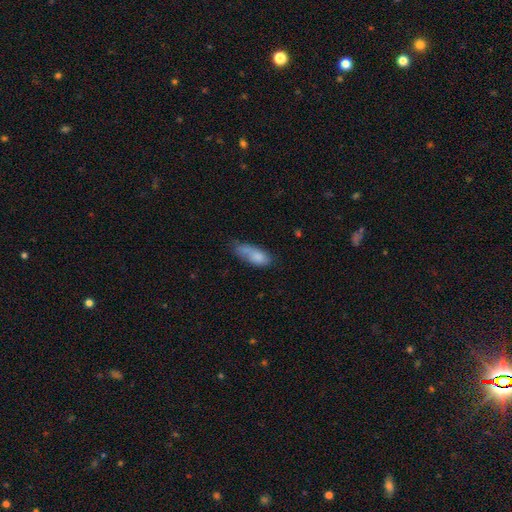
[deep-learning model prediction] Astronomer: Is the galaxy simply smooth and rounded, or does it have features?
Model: smooth — 77%.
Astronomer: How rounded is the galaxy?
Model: in between — 74%.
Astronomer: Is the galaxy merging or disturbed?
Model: none — 41% (runner-up: minor disturbance, 31%).